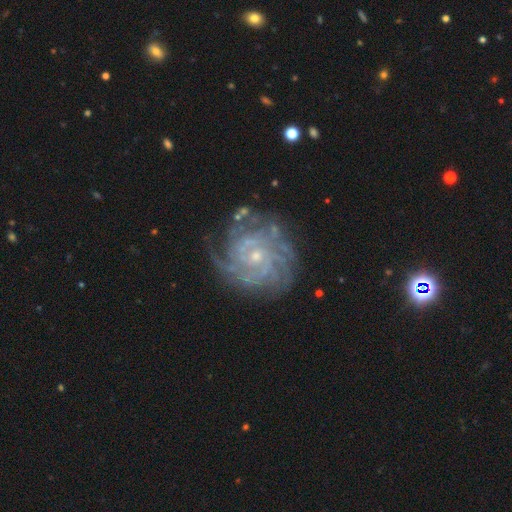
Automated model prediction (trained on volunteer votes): smooth_or_featured: featured or disk (p=0.88) [alt: star or artifact p=0.07]
disk_edge_on: no (p=0.97) [alt: yes p=0.03]
bar: no (p=0.72) [alt: weak p=0.22]
has_spiral_arms: yes (p=0.97) [alt: no p=0.03]
spiral_winding: tight (p=0.76) [alt: medium p=0.21]
spiral_arm_count: can't tell (p=0.25) [alt: 4 p=0.24]
bulge_size: small (p=0.74) [alt: moderate p=0.21]
merging: none (p=0.75) [alt: minor disturbance p=0.16]